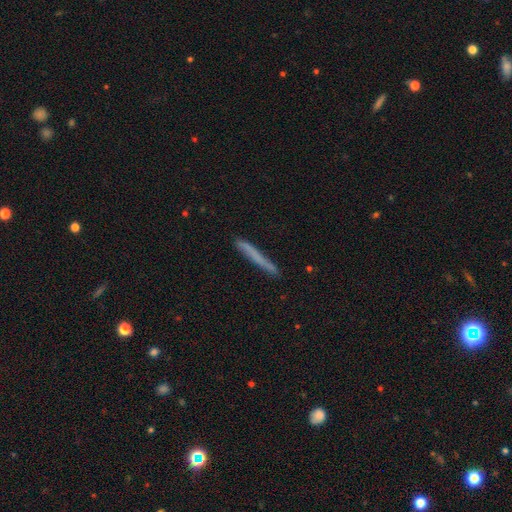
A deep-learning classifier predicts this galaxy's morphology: A smooth galaxy with no disk features (64%) that is cigar-shaped (97%). Merging: none (88%).